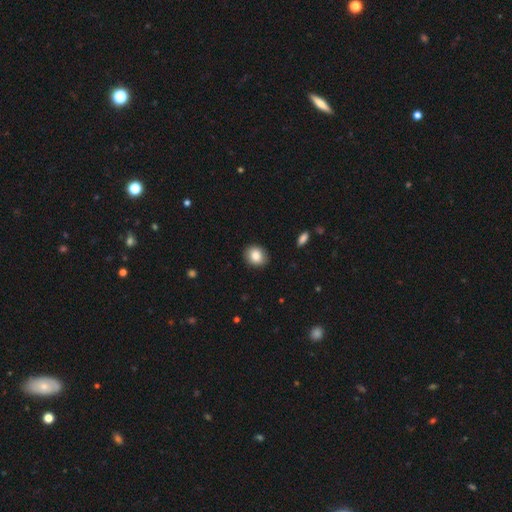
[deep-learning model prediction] Morphology: type=smooth (85%); roundness=round (61%); merging=none (88%).